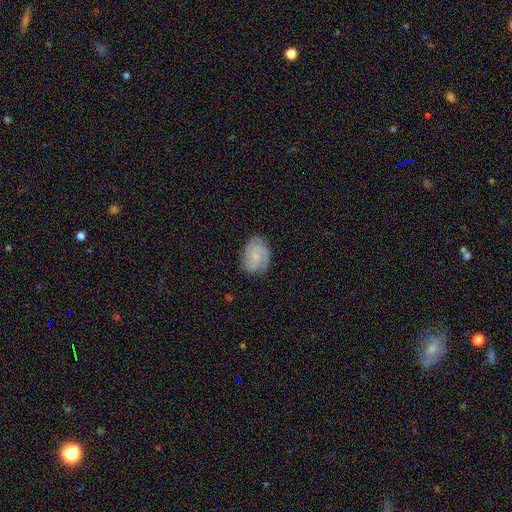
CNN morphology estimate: This appears to be a featured or disk galaxy (72%) with no bar (65%), 2 (40%) tight (56%) spiral arms (96%) and a small central bulge (70%). Merging: none (80%).